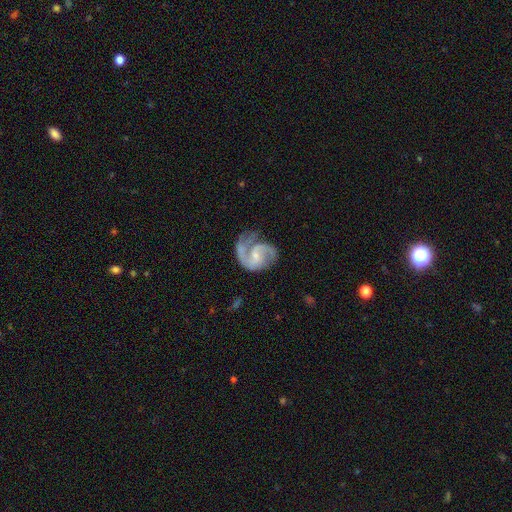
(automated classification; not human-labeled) smooth-or-featured: featured or disk: 89% | smooth: 7% | star or artifact: 5%
  disk-edge-on: no: 98% | yes: 2%
    bar: weak: 46% | no: 42% | strong: 12%
    has-spiral-arms: yes: 97% | no: 3%
      spiral-winding: medium: 56% | loose: 26% | tight: 19%
      spiral-arm-count: 2: 83% | 1: 8% | can't tell: 3% | 3: 3% | 4: 1% | more than 4: 1%
    bulge-size: small: 60% | moderate: 25% | none: 13% | large: 2% | dominant: 1%
  merging: none: 50% | minor disturbance: 23% | major disturbance: 22% | merger: 4%